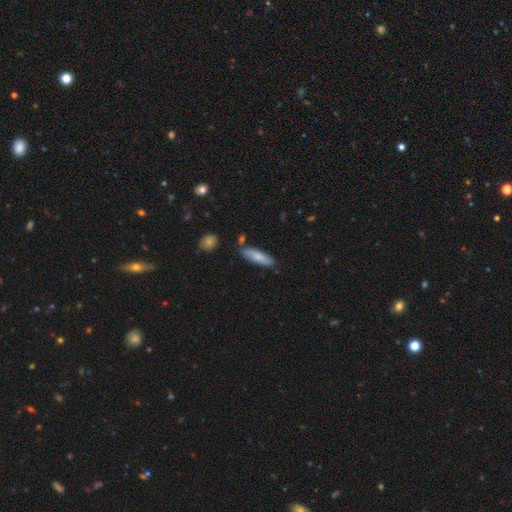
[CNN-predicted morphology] Smooth or featured: smooth — 81% (featured or disk — 13%)
How rounded: cigar-shaped — 53% (in between — 45%)
Merging: none — 79% (minor disturbance — 14%)